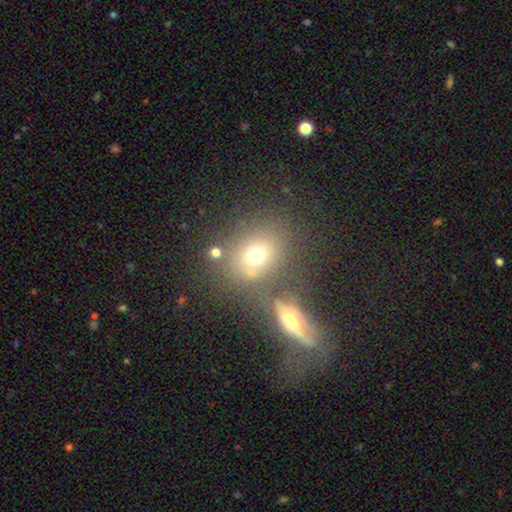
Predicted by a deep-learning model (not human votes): Smooth or featured?
  - smooth: 68% *
  - featured or disk: 18%
  - star or artifact: 15%
How rounded?
  - round: 57% *
  - in between: 41%
  - cigar-shaped: 2%
Merging?
  - none: 56% *
  - merger: 24%
  - minor disturbance: 13%
  - major disturbance: 8%